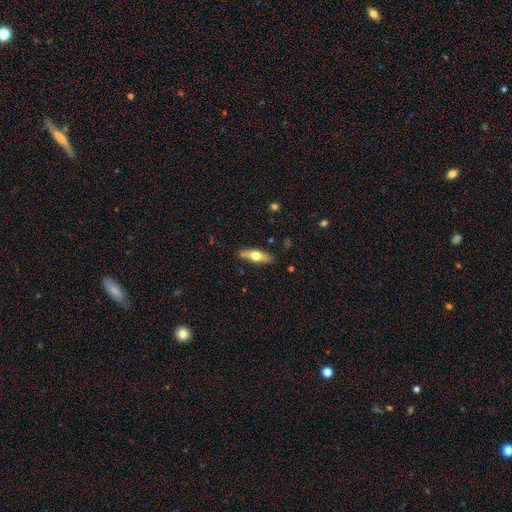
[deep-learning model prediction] Q: Smooth or featured?
A: smooth (52%); runner-up: featured or disk (42%)
Q: How rounded?
A: cigar-shaped (52%); runner-up: in between (46%)
Q: Merging?
A: none (84%); runner-up: minor disturbance (12%)